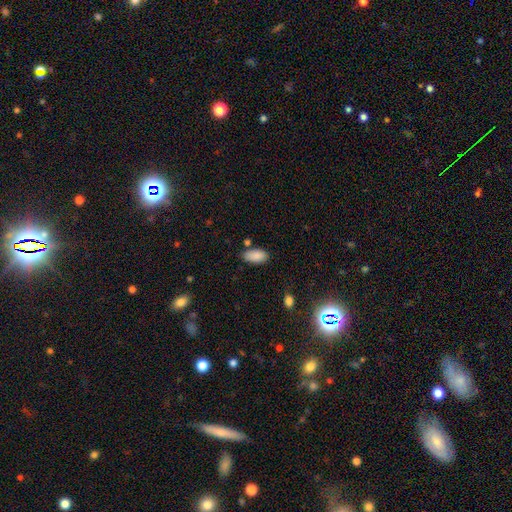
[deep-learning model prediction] A smooth galaxy with no disk features (88%) that is in between round and cigar-shaped (93%). Merging: none (76%).